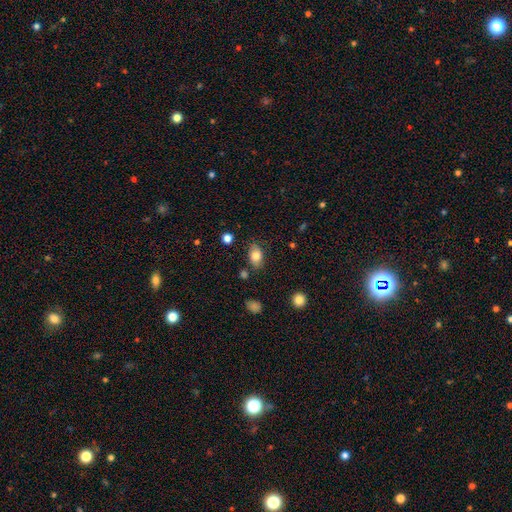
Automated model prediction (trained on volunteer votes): Morphology: type=smooth (80%); roundness=in between (85%); merging=none (76%).